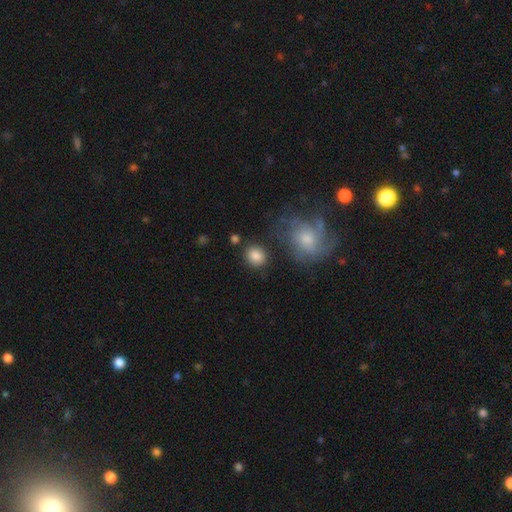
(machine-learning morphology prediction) Overall: smooth (87%). How rounded: round (71%). Merging: none (81%).